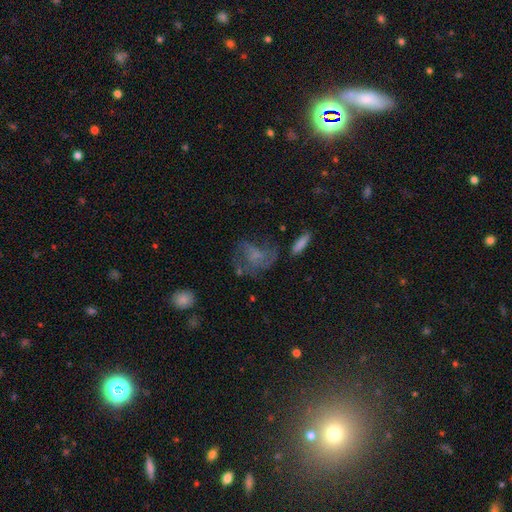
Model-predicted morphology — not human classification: smooth_or_featured: featured or disk (p=0.51) [alt: smooth p=0.34]
disk_edge_on: no (p=0.96) [alt: yes p=0.04]
merging: none (p=0.42) [alt: major disturbance p=0.31]